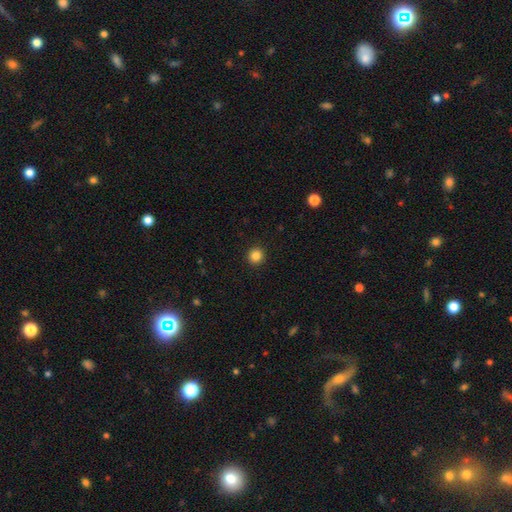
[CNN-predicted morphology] Overall: smooth (85%). How rounded: round (94%). Merging: none (93%).